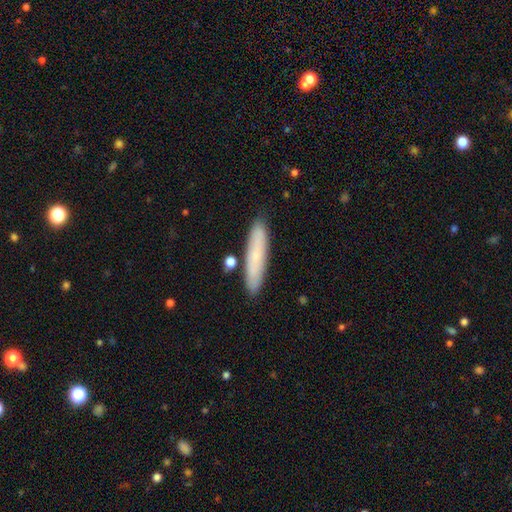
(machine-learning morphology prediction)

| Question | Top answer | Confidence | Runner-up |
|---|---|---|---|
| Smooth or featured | smooth | 70% | featured or disk (23%) |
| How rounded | cigar-shaped | 85% | in between (14%) |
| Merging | none | 85% | minor disturbance (10%) |